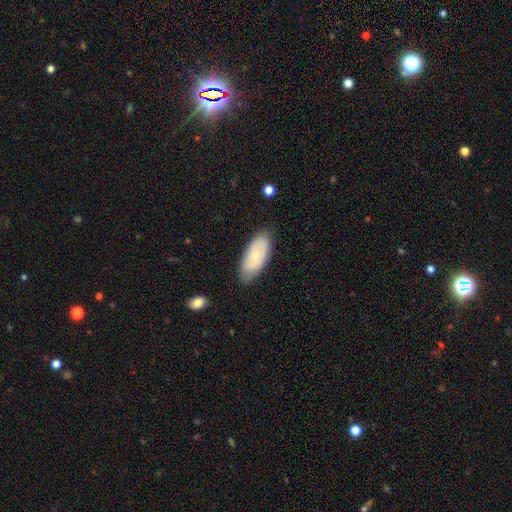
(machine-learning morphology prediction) type=smooth (63%); roundness=in between (89%); merging=none (78%).